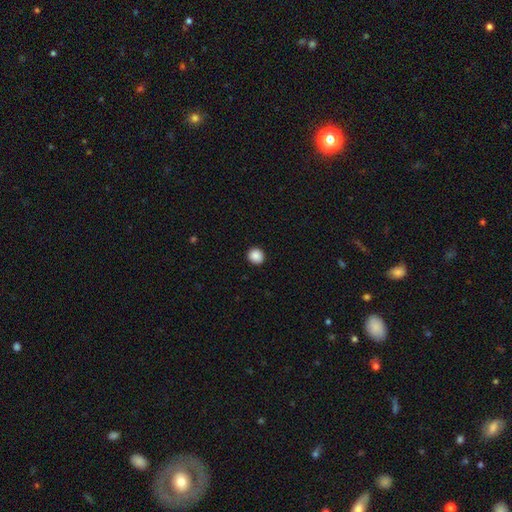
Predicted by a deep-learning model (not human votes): Q: Smooth or featured?
A: smooth (89%); runner-up: star or artifact (9%)
Q: How rounded?
A: round (91%); runner-up: in between (8%)
Q: Merging?
A: none (93%); runner-up: minor disturbance (5%)